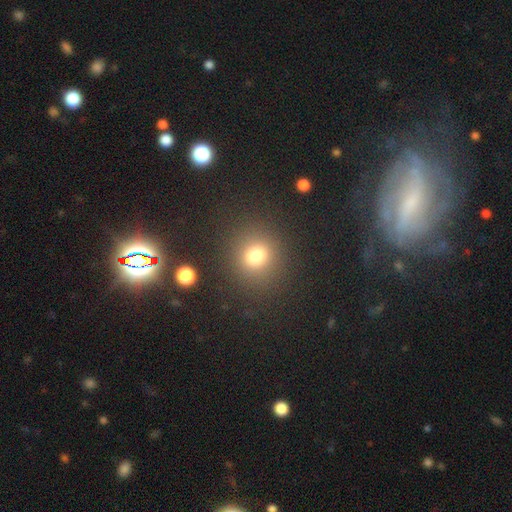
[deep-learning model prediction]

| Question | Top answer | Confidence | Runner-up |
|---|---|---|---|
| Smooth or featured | smooth | 77% | star or artifact (16%) |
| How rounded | round | 83% | in between (16%) |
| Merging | none | 85% | minor disturbance (8%) |